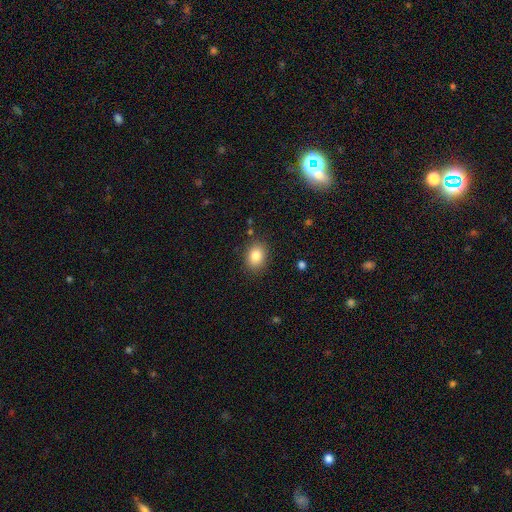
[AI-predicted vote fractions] Smooth or featured: smooth — 84% (star or artifact — 9%)
How rounded: in between — 66% (round — 33%)
Merging: none — 86% (minor disturbance — 10%)